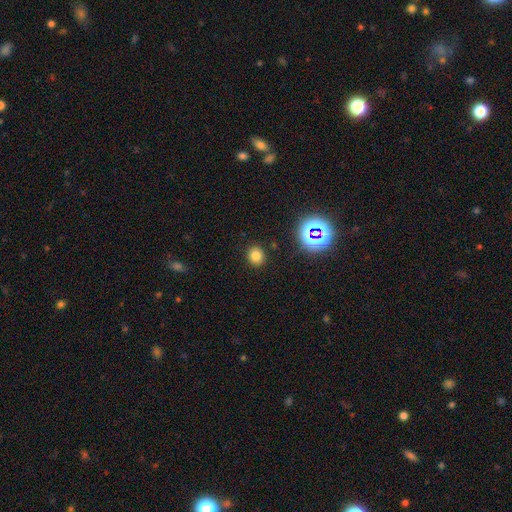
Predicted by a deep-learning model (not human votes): This is likely a smooth galaxy (75%). How rounded: clearly round (81%). Merging: clearly none (90%).